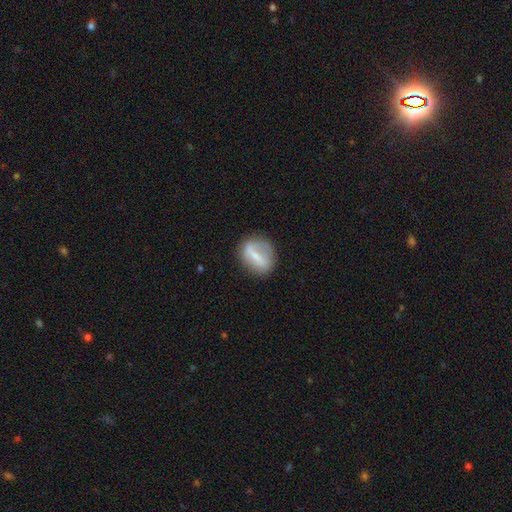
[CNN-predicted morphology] smooth-or-featured: smooth: 46% (tied) | featured or disk: 46% (tied) | star or artifact: 8%
  merging: none: 71% | minor disturbance: 19% | major disturbance: 8% | merger: 2%